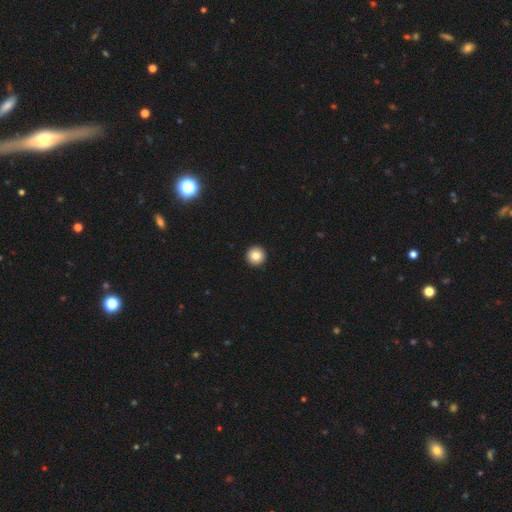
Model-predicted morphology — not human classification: Q: Smooth or featured?
A: smooth (83%); runner-up: star or artifact (9%)
Q: How rounded?
A: round (97%); runner-up: in between (2%)
Q: Merging?
A: none (94%); runner-up: minor disturbance (3%)